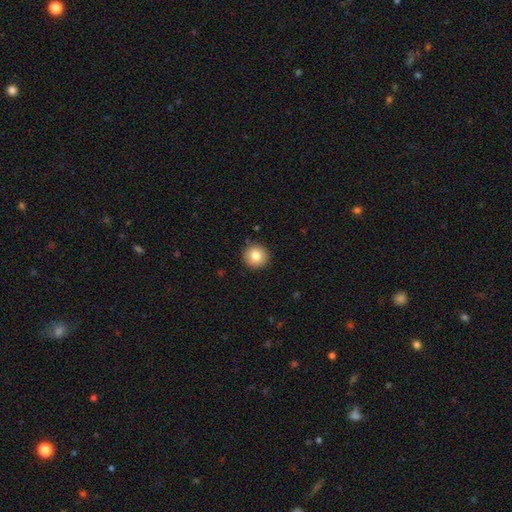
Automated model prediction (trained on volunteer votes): A smooth galaxy with no disk features (82%) that is round (95%). Merging: none (92%).